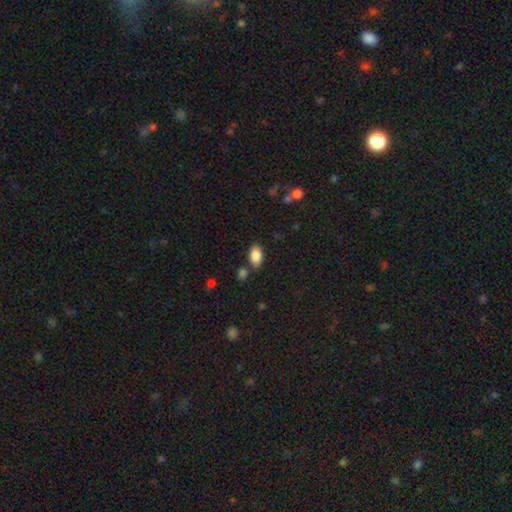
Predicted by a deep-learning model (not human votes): Overall: smooth (87%). How rounded: in between (93%). Merging: none (79%).